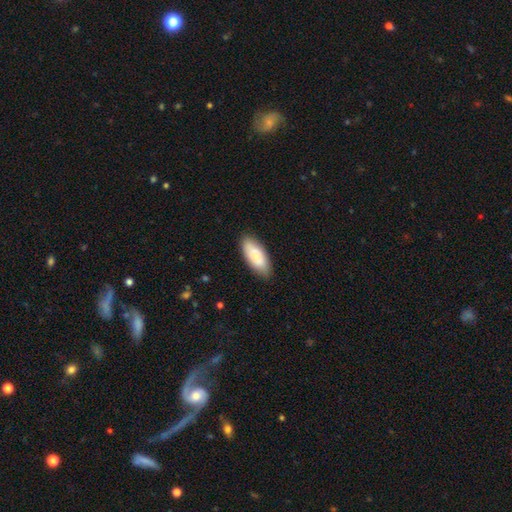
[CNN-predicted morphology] Overall: smooth (80%). How rounded: in between (81%). Merging: none (84%).